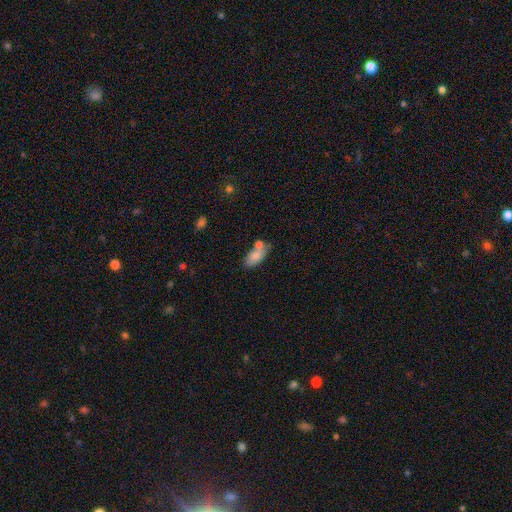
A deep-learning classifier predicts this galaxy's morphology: Q: Smooth or featured?
A: smooth (79%); runner-up: featured or disk (13%)
Q: How rounded?
A: in between (88%); runner-up: cigar-shaped (8%)
Q: Merging?
A: none (53%); runner-up: merger (24%)